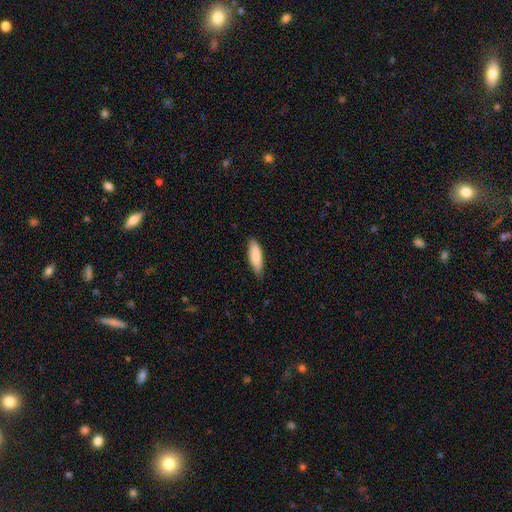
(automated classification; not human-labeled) This is clearly a smooth galaxy (86%). How rounded: possibly cigar-shaped (51%). Merging: clearly none (84%).